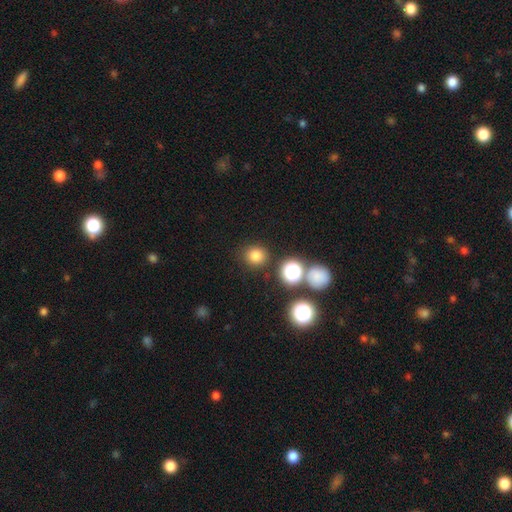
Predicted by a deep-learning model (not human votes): Smooth or featured: smooth — 77% (star or artifact — 17%)
How rounded: round — 87% (in between — 12%)
Merging: none — 86% (minor disturbance — 7%)